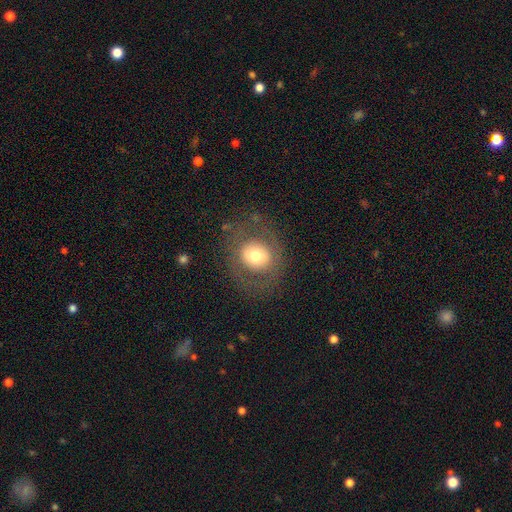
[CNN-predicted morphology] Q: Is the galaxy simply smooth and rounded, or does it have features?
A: smooth — 60%.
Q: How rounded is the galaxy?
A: round — 77%.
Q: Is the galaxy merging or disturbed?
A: none — 76%.